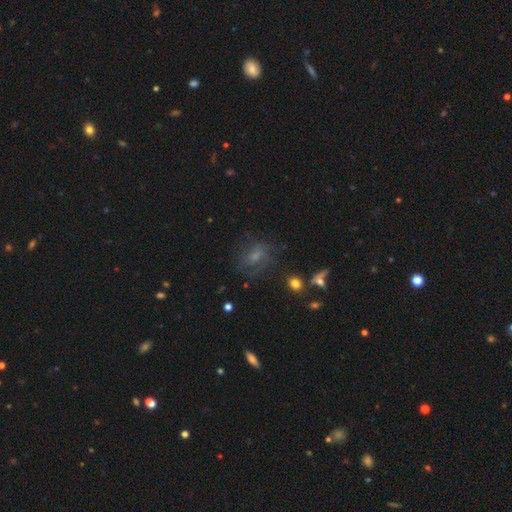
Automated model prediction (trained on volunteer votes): A featured or disk galaxy (46%).

Vote fractions:
- Smooth or featured? featured or disk: 46% / smooth: 38% / star or artifact: 17%
- Merging? none: 61% / minor disturbance: 20% / major disturbance: 16% / merger: 3%